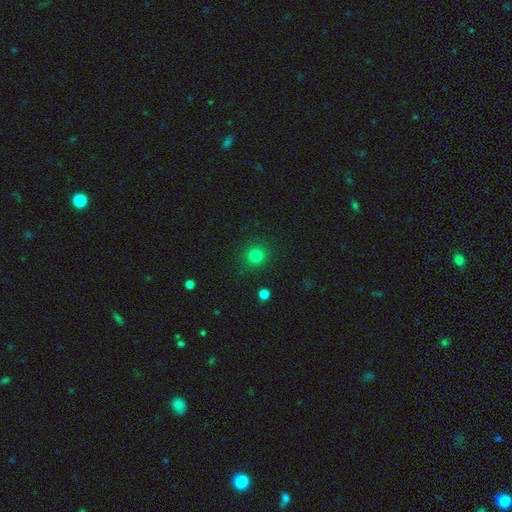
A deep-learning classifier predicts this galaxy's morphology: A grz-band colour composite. It shows a smooth galaxy with no disk features (81%) that is round (91%). Merging: none (88%).